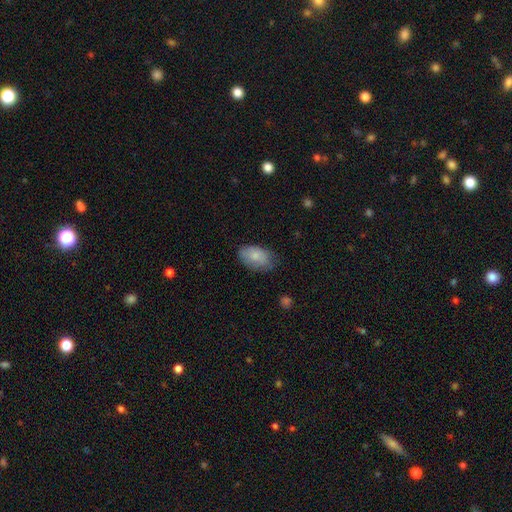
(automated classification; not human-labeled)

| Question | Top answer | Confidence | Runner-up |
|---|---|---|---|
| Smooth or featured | smooth | 82% | featured or disk (12%) |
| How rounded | in between | 92% | round (7%) |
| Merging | none | 67% | minor disturbance (26%) |